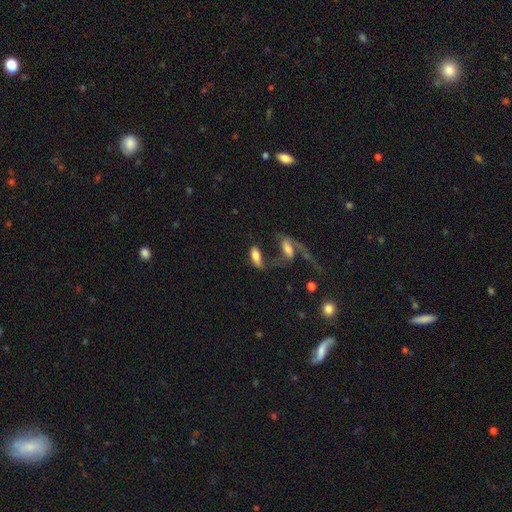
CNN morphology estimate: This appears to be a smooth galaxy with no disk features (65%) that is in between round and cigar-shaped (82%). Merging: merger (42%).